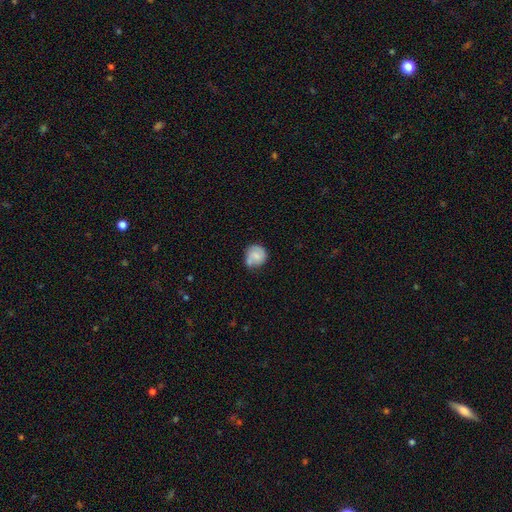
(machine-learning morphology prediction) Overall: smooth (59%; featured or disk 34%). How rounded: round (83%). Merging: none (53%; minor disturbance 28%).